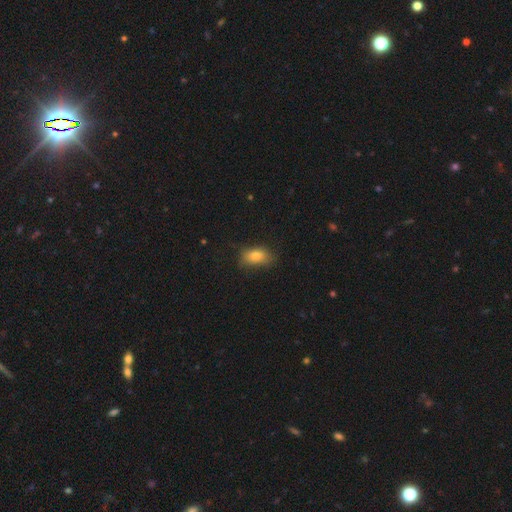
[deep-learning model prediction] This appears to be a smooth galaxy with no disk features (81%) that is in between round and cigar-shaped (85%). Merging: none (69%).